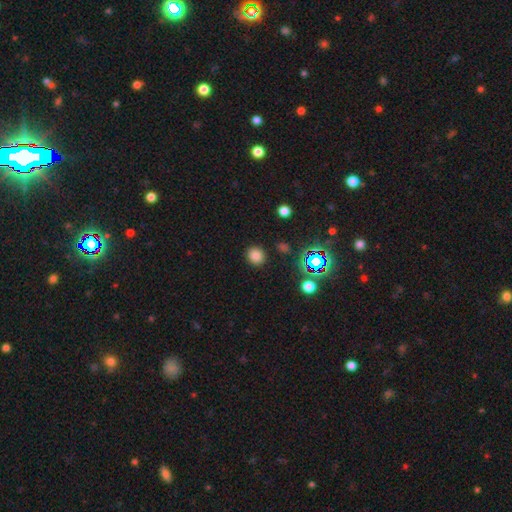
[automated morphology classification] The model was most divided on "smooth or featured": smooth: 78%, star or artifact: 17%, featured or disk: 5%. More confident: merging — none (89%); how rounded — round (84%).